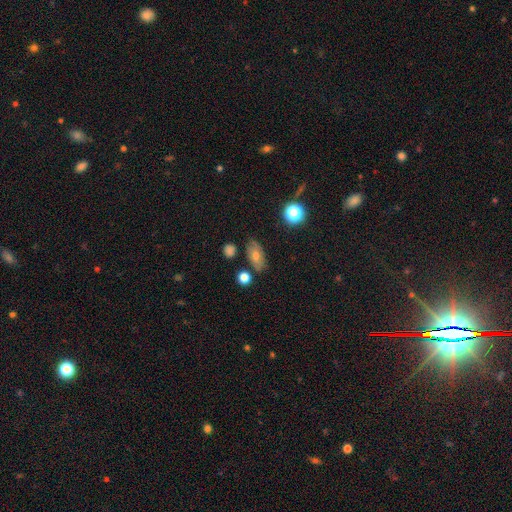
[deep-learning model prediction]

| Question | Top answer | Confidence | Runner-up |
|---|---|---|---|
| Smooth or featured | smooth | 62% | featured or disk (26%) |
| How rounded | in between | 83% | round (10%) |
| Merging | none | 78% | minor disturbance (15%) |